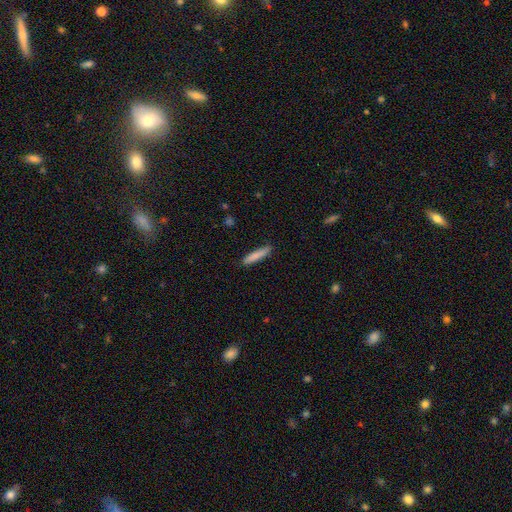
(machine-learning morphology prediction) A smooth galaxy with no disk features (83%) that is cigar-shaped (90%). Merging: none (86%).